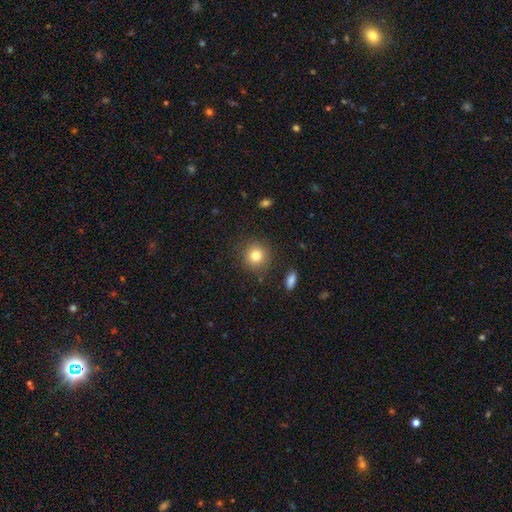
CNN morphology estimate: Smooth or featured? smooth (80%)
How rounded? round (91%)
Merging? none (87%)